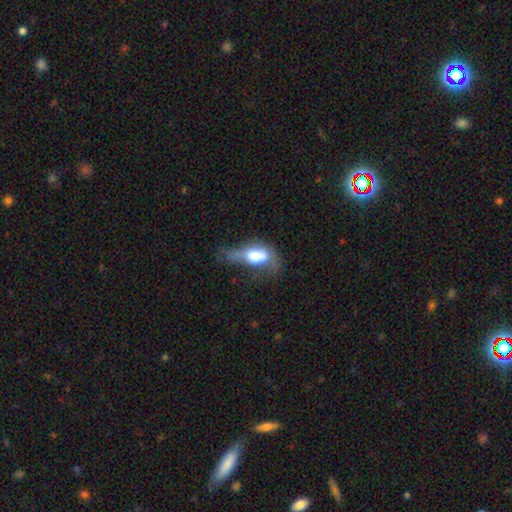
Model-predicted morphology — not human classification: smooth-or-featured: smooth: 60% | featured or disk: 31% | star or artifact: 10%
  how-rounded: in between: 82% | cigar-shaped: 9% | round: 9%
  merging: major disturbance: 49% | minor disturbance: 24% | none: 18% | merger: 8%